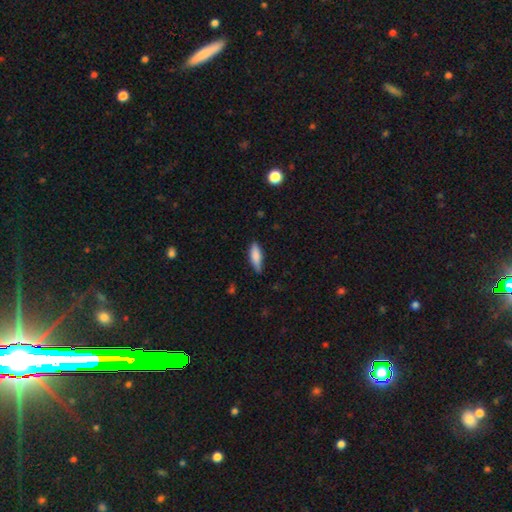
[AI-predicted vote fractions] Morphology: type=smooth (81%); roundness=in between (55%); merging=none (75%).